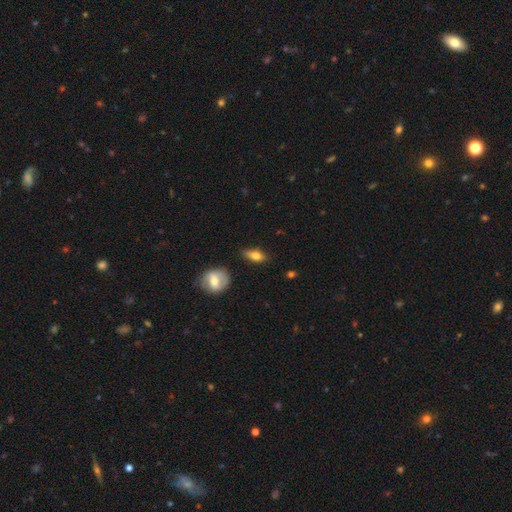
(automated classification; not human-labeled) smooth_or_featured: smooth (p=0.70) [alt: featured or disk p=0.22]
how_rounded: in between (p=0.74) [alt: cigar-shaped p=0.18]
merging: none (p=0.74) [alt: minor disturbance p=0.19]